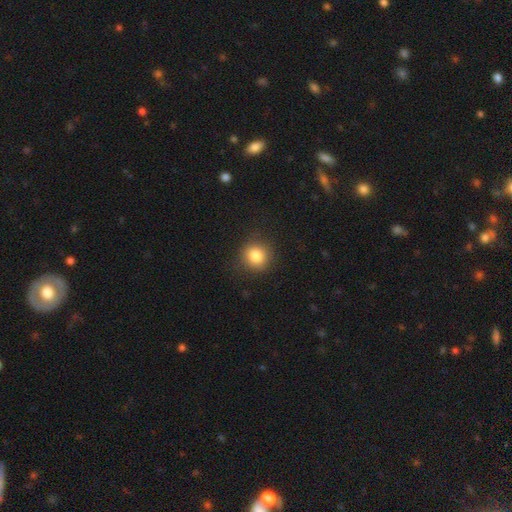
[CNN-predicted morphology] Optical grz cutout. It shows a smooth galaxy with no disk features (83%) that is round (87%). Merging: none (87%).